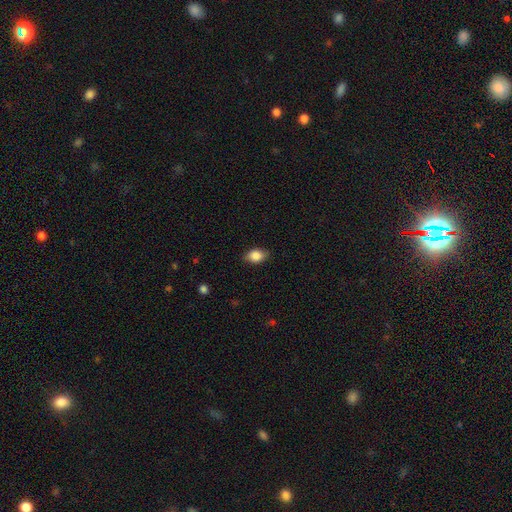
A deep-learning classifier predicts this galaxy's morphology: type=smooth (86%); roundness=in between (81%); merging=none (83%).